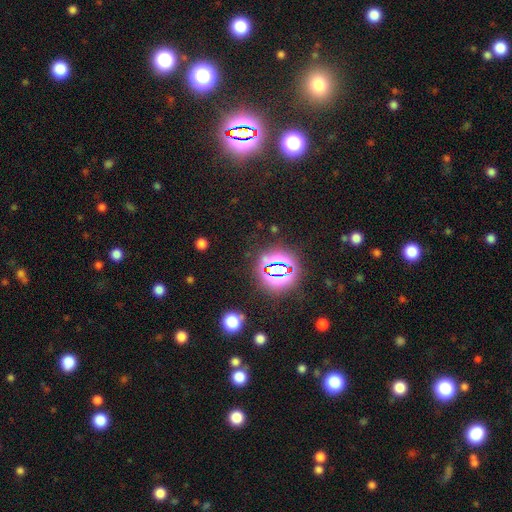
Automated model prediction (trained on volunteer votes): Smooth or featured? star or artifact (74%)